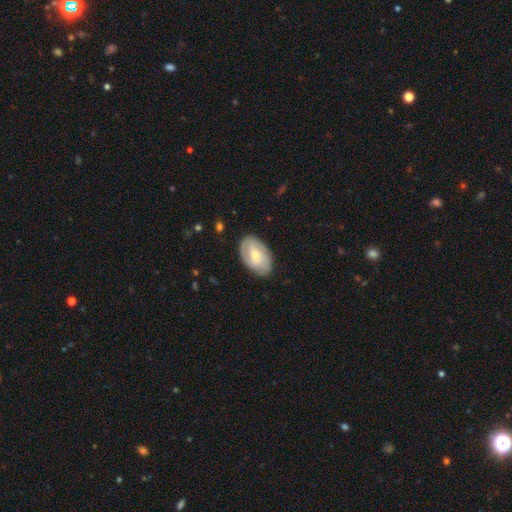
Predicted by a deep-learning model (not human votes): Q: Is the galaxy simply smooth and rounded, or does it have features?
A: featured or disk — 55%.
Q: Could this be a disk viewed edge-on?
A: no — 95%.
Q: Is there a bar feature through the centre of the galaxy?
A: no — 50%.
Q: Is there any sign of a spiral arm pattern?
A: yes — 80%.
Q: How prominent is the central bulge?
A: small — 54%.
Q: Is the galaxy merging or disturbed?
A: none — 81%.